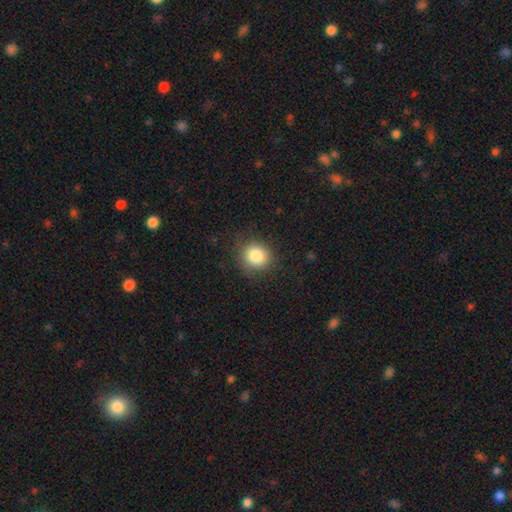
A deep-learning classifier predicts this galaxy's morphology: Smooth or featured? Predicted: smooth (p=0.84). How rounded? Predicted: round (p=0.88). Merging? Predicted: none (p=0.82).